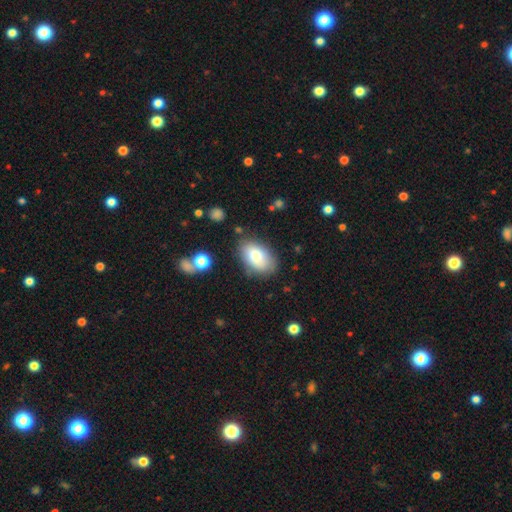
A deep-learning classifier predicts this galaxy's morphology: This appears to be a smooth galaxy with no disk features (77%) that is in between round and cigar-shaped (90%). Merging: none (77%).